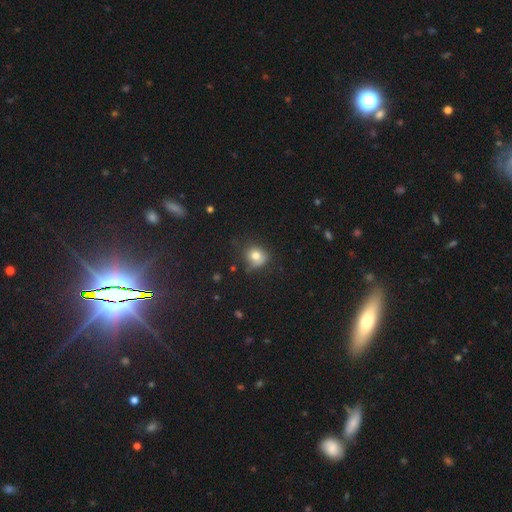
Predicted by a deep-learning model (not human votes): The model was most divided on "merging": none: 58%, minor disturbance: 29%, major disturbance: 9%, merger: 4%. More confident: how rounded — round (79%); smooth or featured — smooth (76%).